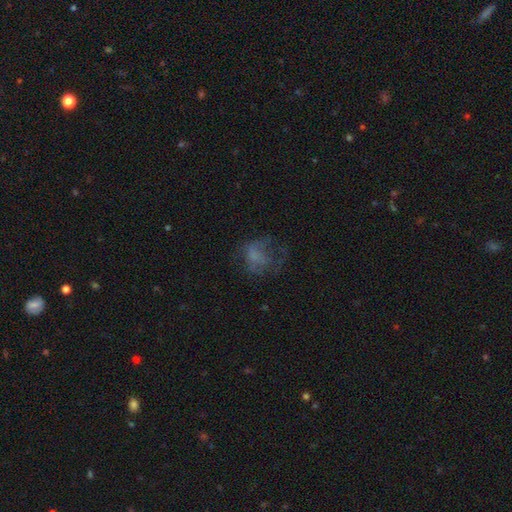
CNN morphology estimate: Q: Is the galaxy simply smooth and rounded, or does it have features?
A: smooth — 47%.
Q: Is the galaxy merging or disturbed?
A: major disturbance — 40%.